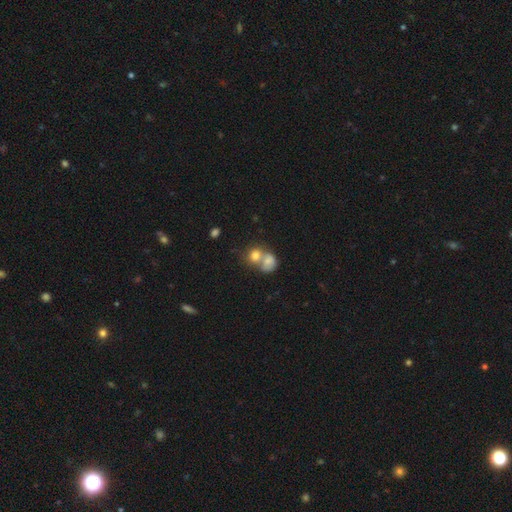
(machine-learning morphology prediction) A smooth galaxy with no disk features (66%) that is round (69%). Merging: merger (61%).